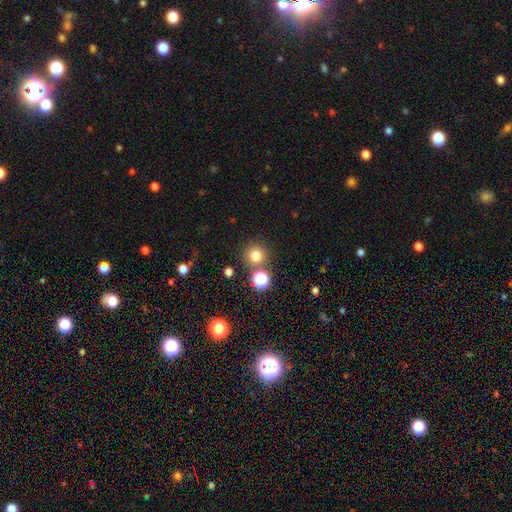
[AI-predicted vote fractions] The model was most divided on "smooth or featured": smooth: 77%, star or artifact: 17%, featured or disk: 6%. More confident: how rounded — round (93%); merging — none (79%).